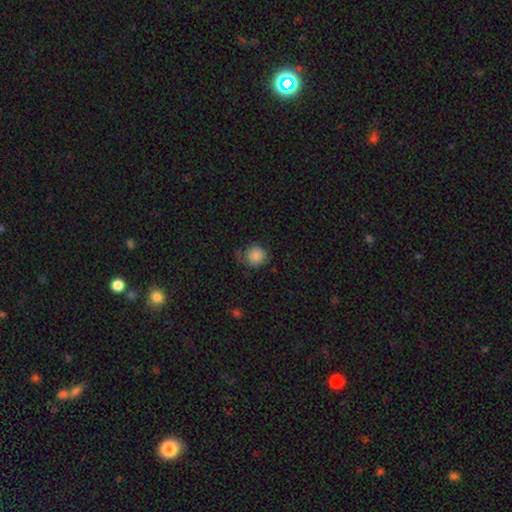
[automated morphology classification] Smooth or featured?
  - smooth: 85% *
  - star or artifact: 10%
  - featured or disk: 6%
How rounded?
  - round: 89% *
  - in between: 11%
  - cigar-shaped: 1%
Merging?
  - none: 67% *
  - minor disturbance: 25%
  - major disturbance: 6%
  - merger: 2%